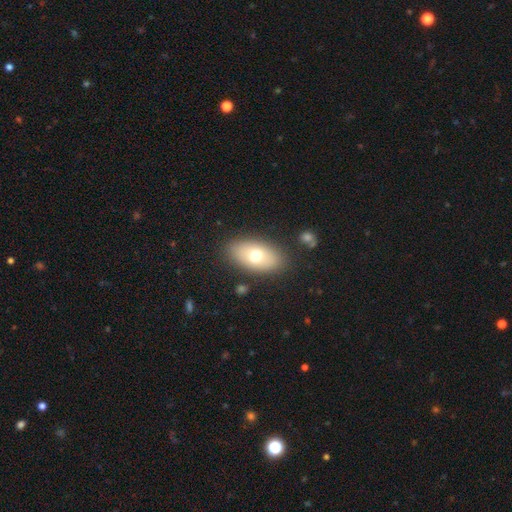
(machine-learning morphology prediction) Smooth or featured: smooth — 68% (featured or disk — 24%)
How rounded: in between — 91% (round — 6%)
Merging: none — 85% (minor disturbance — 10%)